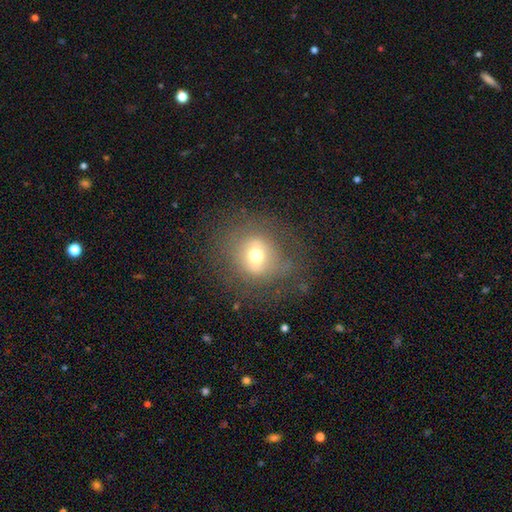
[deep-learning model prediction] smooth-or-featured: smooth: 49% | featured or disk: 34% | star or artifact: 17%
  merging: none: 73% | minor disturbance: 15% | major disturbance: 10% | merger: 2%